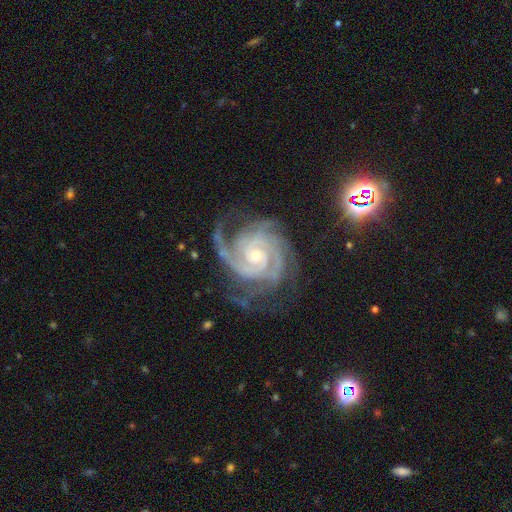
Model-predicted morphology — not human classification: This appears to be a featured or disk galaxy (94%) with no bar (67%), 3 (35%) tight (72%) spiral arms (99%) and a small central bulge (62%). Merging: none (67%).